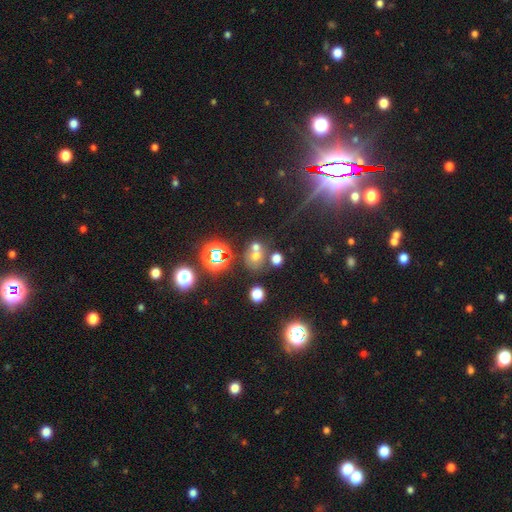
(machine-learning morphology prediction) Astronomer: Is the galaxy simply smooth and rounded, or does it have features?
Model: smooth — 50% (runner-up: star or artifact, 33%).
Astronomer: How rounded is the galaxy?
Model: round — 69%.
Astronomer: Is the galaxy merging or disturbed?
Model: none — 44% (runner-up: merger, 42%).